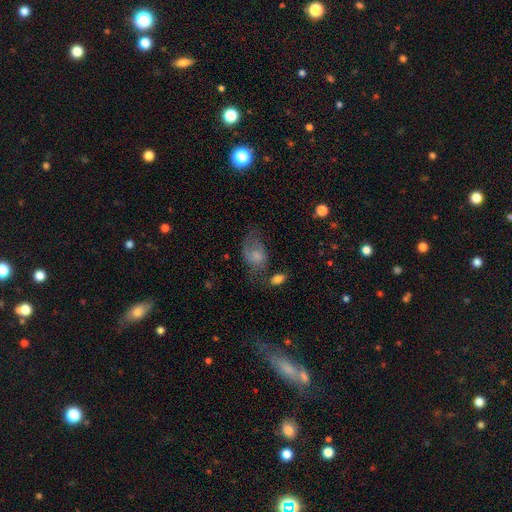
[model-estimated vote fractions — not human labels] Smooth or featured? smooth (57%)
How rounded? in between (80%)
Merging? none (33%)